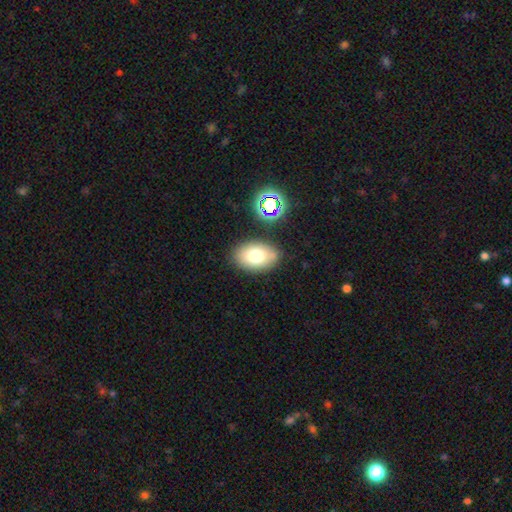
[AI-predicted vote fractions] Smooth or featured? Predicted: smooth (p=0.75). How rounded? Predicted: in between (p=0.87). Merging? Predicted: none (p=0.83).